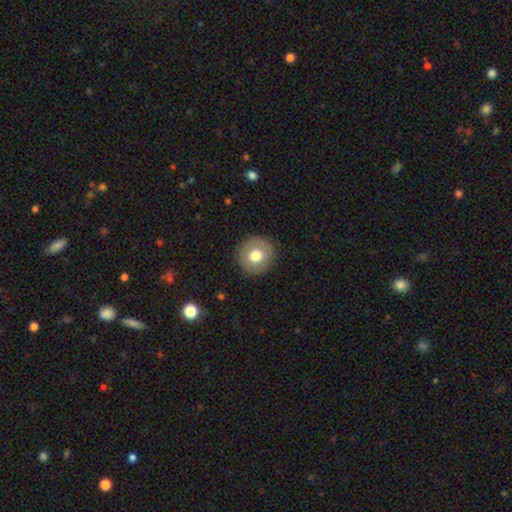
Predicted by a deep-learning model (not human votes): A smooth galaxy with no disk features (74%) that is round (93%).

Vote fractions:
- Smooth or featured? smooth: 74% / featured or disk: 17% / star or artifact: 9%
- How rounded? round: 93% / in between: 6% / cigar-shaped: 1%
- Merging? none: 90% / minor disturbance: 7% / major disturbance: 2% / merger: 1%